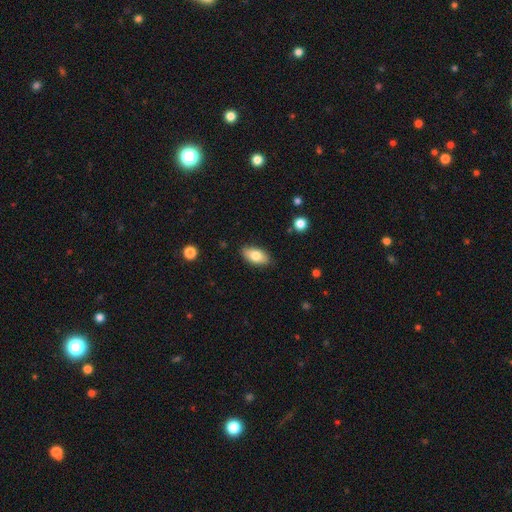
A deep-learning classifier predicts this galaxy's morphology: Smooth or featured? Predicted: smooth (p=0.80). How rounded? Predicted: in between (p=0.92). Merging? Predicted: none (p=0.86).